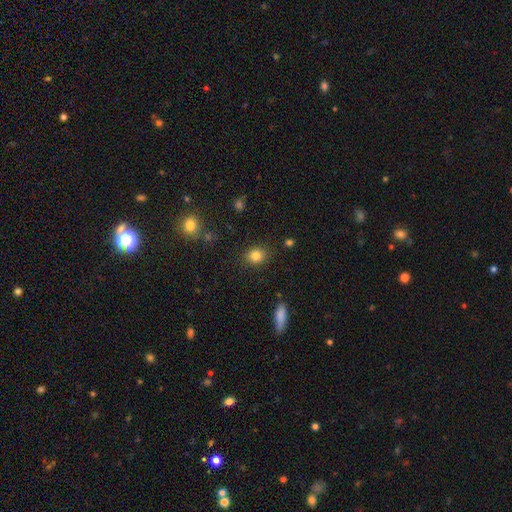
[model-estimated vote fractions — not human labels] The model was most divided on "how rounded": round: 61%, in between: 38%, cigar-shaped: 1%. More confident: merging — none (88%); smooth or featured — smooth (83%).